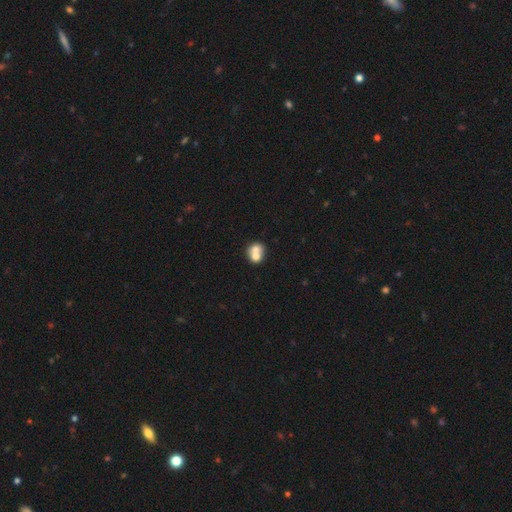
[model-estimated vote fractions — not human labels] This appears to be a smooth galaxy with no disk features (66%) that is round (66%). Merging: merger (66%).